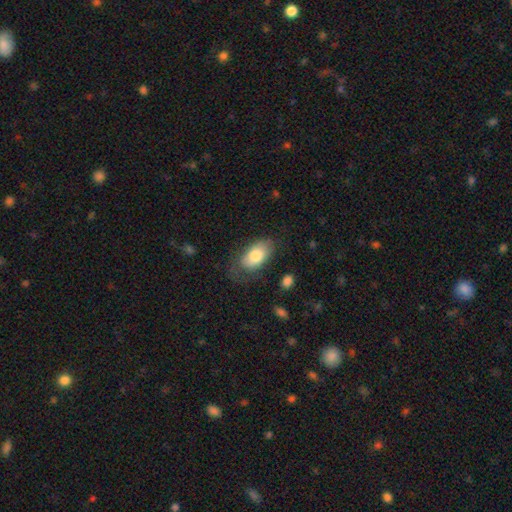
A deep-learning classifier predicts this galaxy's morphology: Smooth or featured: smooth — 77% (featured or disk — 16%)
How rounded: in between — 93% (round — 4%)
Merging: none — 56% (minor disturbance — 27%)